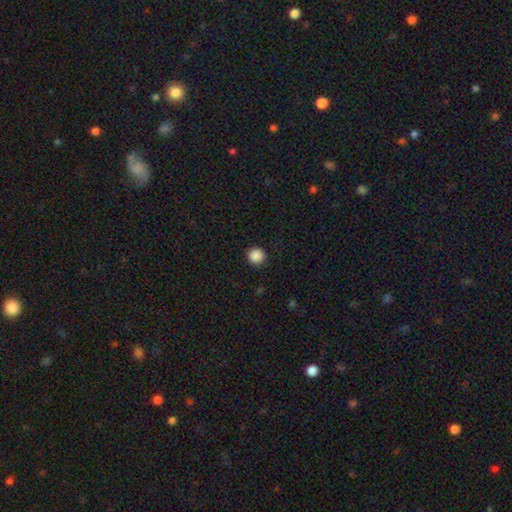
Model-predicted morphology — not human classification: Smooth or featured: smooth — 88% (star or artifact — 10%)
How rounded: round — 94% (in between — 5%)
Merging: none — 92% (minor disturbance — 5%)